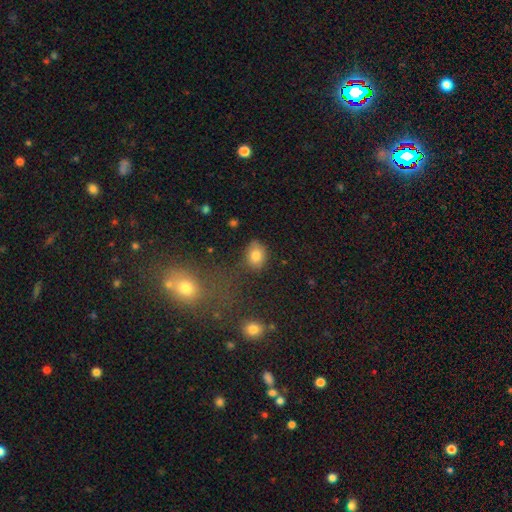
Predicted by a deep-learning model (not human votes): smooth 80%, star or artifact 11%, featured or disk 9%. Down the decision tree: how rounded — in between (60%); merging — none (76%).